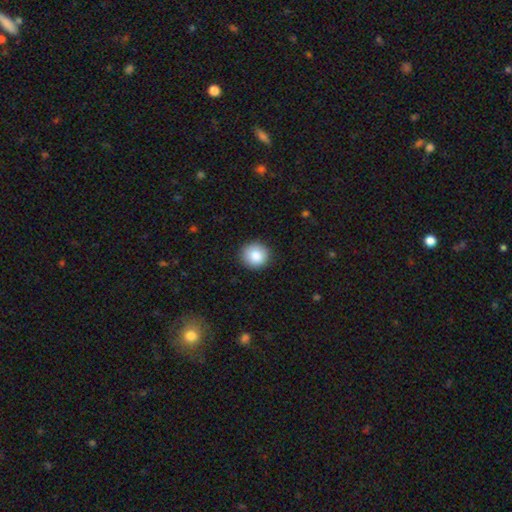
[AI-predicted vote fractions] A smooth galaxy with no disk features (86%) that is round (92%). Merging: none (90%).